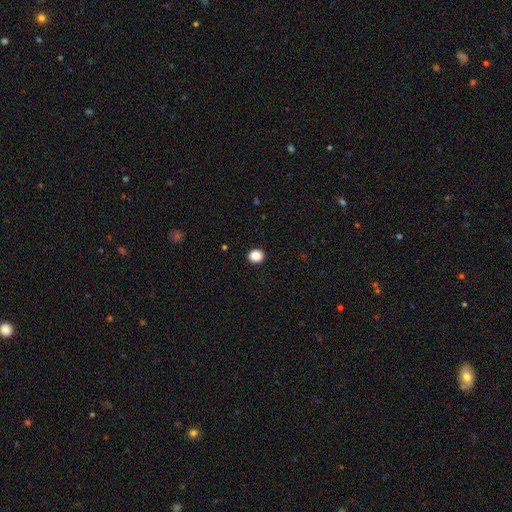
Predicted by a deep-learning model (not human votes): smooth-or-featured: smooth: 88% | star or artifact: 10% | featured or disk: 3%
  how-rounded: round: 82% | in between: 17% | cigar-shaped: 1%
  merging: none: 93% | minor disturbance: 5% | major disturbance: 2% | merger: 1%